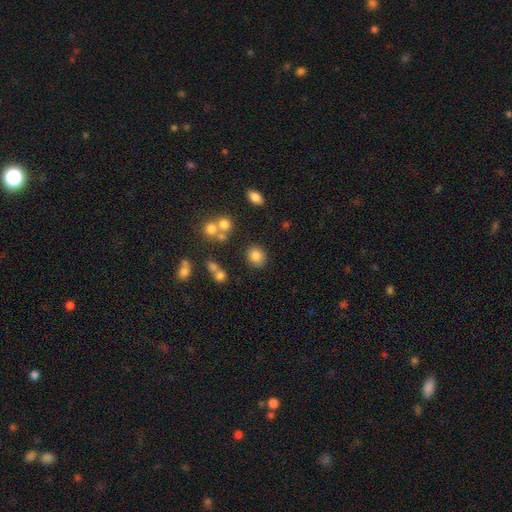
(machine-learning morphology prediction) The model was most divided on "how rounded": round: 68%, in between: 31%, cigar-shaped: 1%. More confident: merging — none (82%); smooth or featured — smooth (82%).